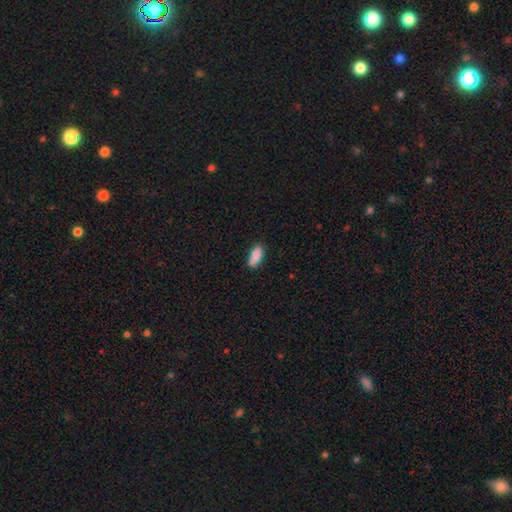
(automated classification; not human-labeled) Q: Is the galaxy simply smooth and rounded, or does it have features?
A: smooth — 86%.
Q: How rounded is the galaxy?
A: in between — 81%.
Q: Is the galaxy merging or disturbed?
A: none — 68%.